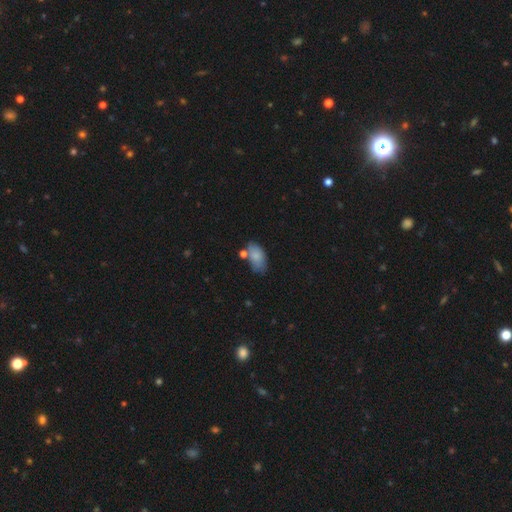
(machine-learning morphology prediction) smooth 83%, featured or disk 9%, star or artifact 8%. Down the decision tree: how rounded — in between (92%); merging — none (56%).